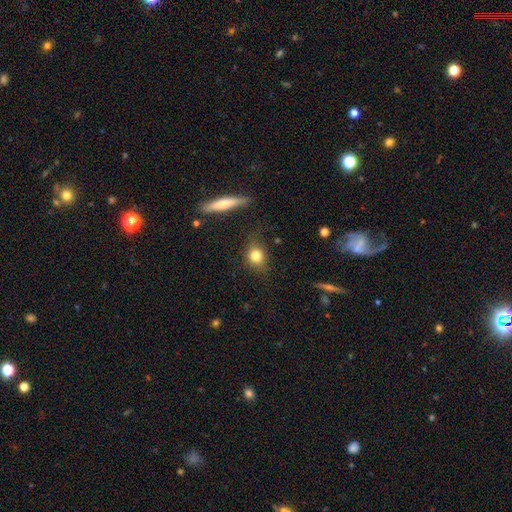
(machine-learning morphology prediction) smooth-or-featured: smooth: 80% | featured or disk: 10% | star or artifact: 10%
  how-rounded: round: 66% | in between: 29% | cigar-shaped: 5%
  merging: none: 78% | minor disturbance: 15% | major disturbance: 4% | merger: 3%